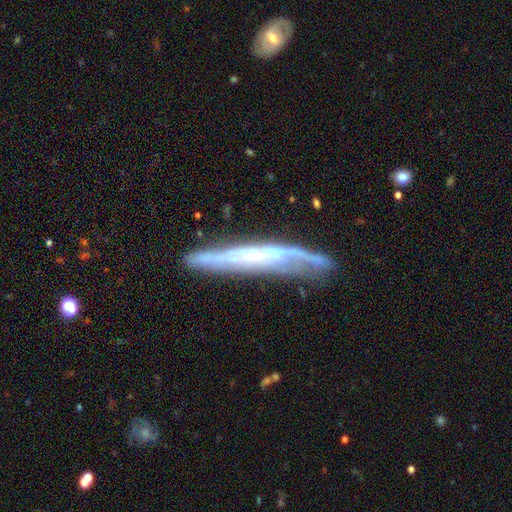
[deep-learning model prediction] featured or disk 73%, smooth 20%, star or artifact 7%. Down the decision tree: edge-on disk — yes (75%); edge-on bulge — none (60%); merging — none (70%).